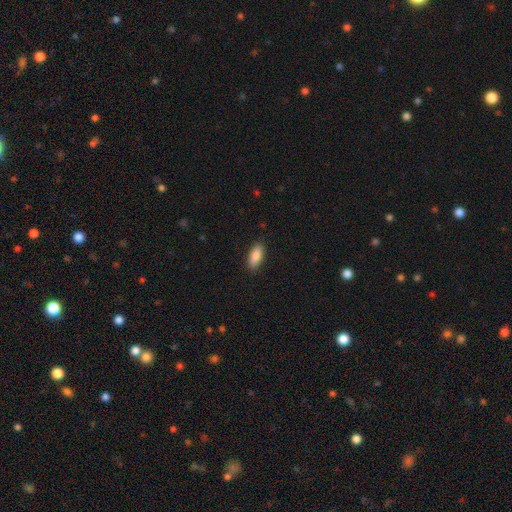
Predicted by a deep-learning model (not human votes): The model was most divided on "how rounded": in between: 82%, cigar-shaped: 16%, round: 2%. More confident: merging — none (89%); smooth or featured — smooth (87%).